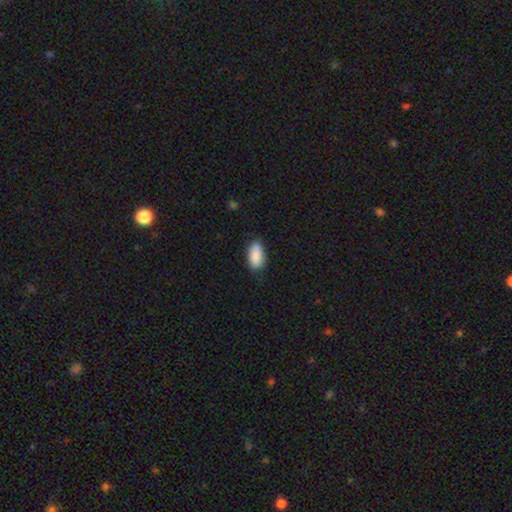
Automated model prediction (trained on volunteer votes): smooth-or-featured: smooth: 89% | star or artifact: 6% | featured or disk: 5%
  how-rounded: in between: 93% | cigar-shaped: 4% | round: 3%
  merging: none: 77% | minor disturbance: 19% | major disturbance: 3% | merger: 1%